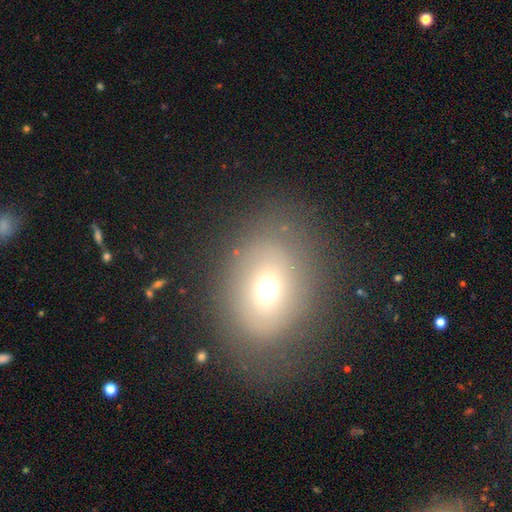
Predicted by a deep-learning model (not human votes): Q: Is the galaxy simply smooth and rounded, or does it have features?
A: smooth — 59%.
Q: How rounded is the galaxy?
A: in between — 65%.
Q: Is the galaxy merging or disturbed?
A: none — 77%.